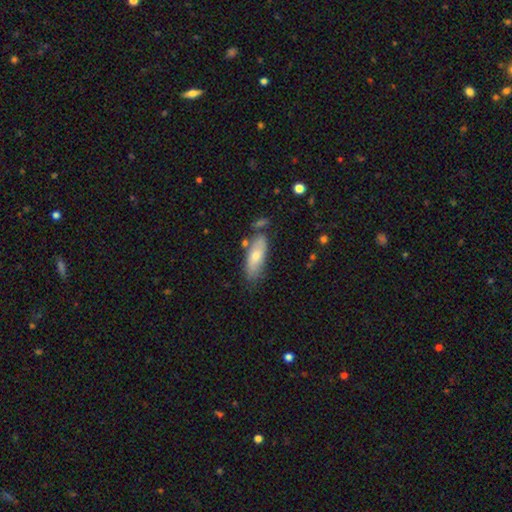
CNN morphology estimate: This appears to be a smooth galaxy with no disk features (69%) that is in between round and cigar-shaped (66%). Merging: none (70%).